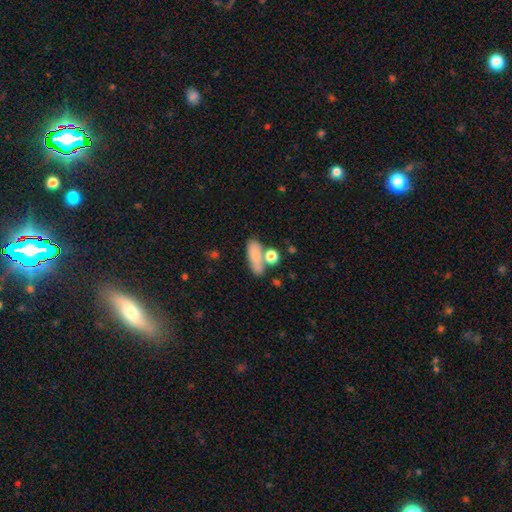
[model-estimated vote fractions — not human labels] This is likely a smooth galaxy (76%). How rounded: likely in between (68%). Merging: possibly none (49%).